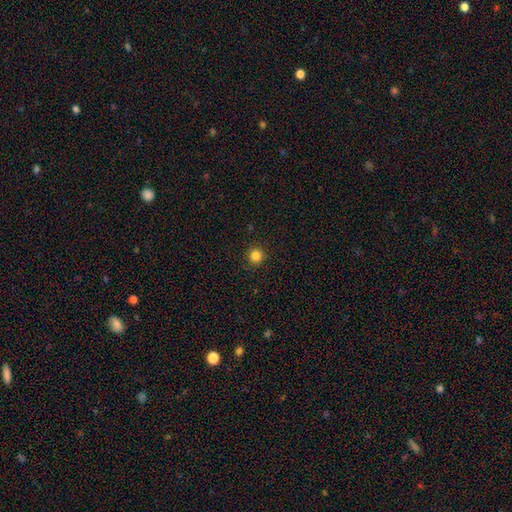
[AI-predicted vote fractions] This appears to be a smooth galaxy with no disk features (84%) that is round (92%). Merging: none (92%).